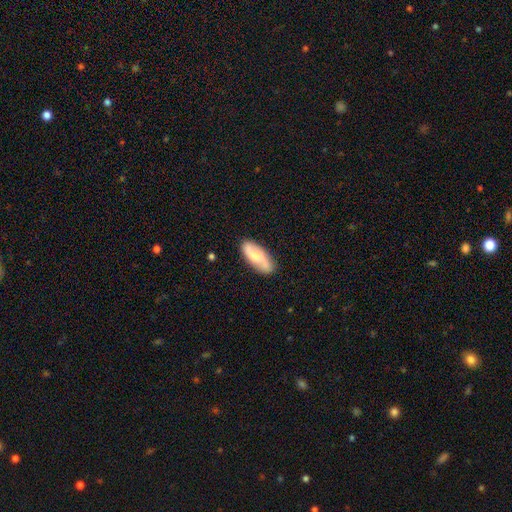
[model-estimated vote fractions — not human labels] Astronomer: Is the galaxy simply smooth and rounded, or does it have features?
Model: featured or disk — 49% (runner-up: smooth, 45%).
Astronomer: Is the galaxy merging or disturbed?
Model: none — 84%.